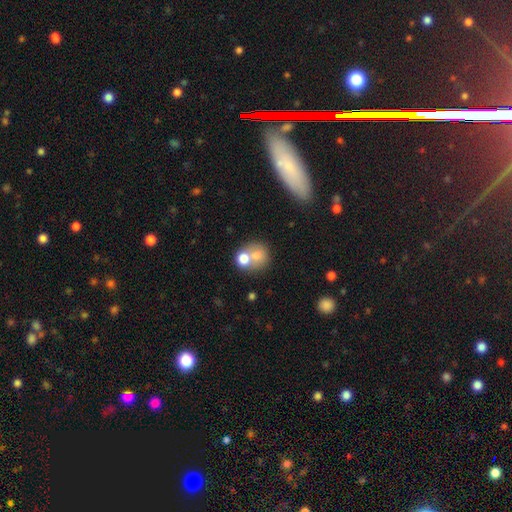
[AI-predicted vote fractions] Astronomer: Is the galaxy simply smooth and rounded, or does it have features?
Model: smooth — 69%.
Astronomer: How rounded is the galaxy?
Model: round — 74%.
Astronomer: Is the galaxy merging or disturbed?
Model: merger — 51% (runner-up: none, 36%).